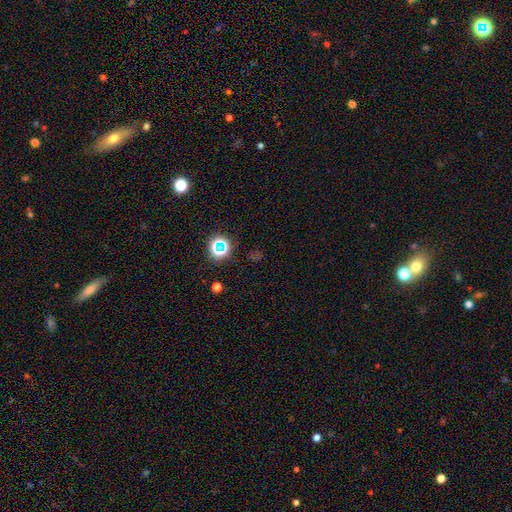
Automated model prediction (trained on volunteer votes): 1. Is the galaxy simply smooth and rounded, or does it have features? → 67% star or artifact, 25% smooth, 8% featured or disk.